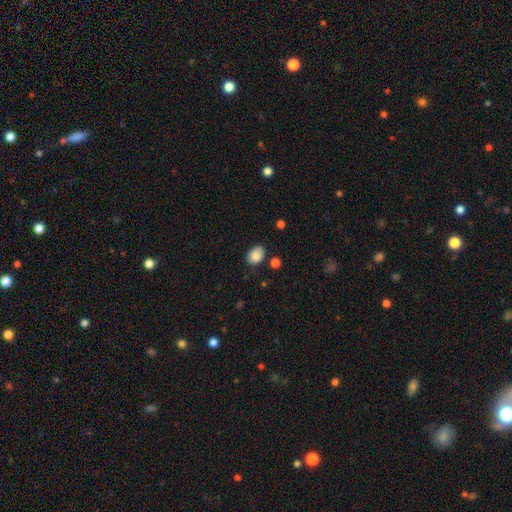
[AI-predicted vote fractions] Q: Smooth or featured?
A: smooth (86%); runner-up: star or artifact (8%)
Q: How rounded?
A: in between (70%); runner-up: round (29%)
Q: Merging?
A: none (78%); runner-up: minor disturbance (15%)